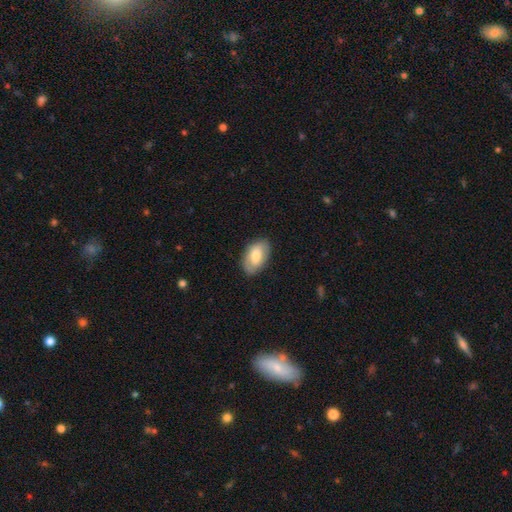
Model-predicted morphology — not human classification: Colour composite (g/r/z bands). It shows a smooth galaxy with no disk features (64%) that is in between round and cigar-shaped (93%). Merging: none (81%).